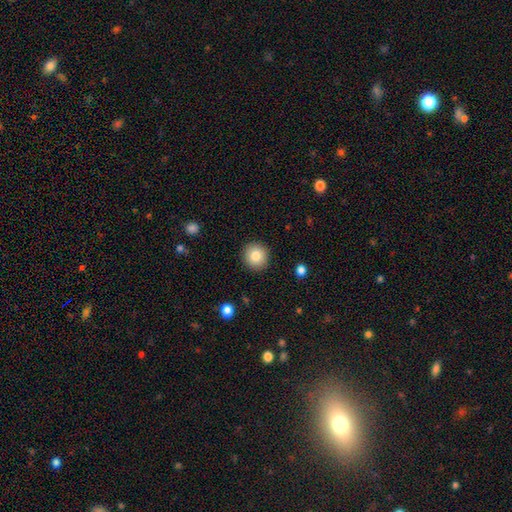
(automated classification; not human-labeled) Q: Smooth or featured?
A: smooth (83%); runner-up: star or artifact (9%)
Q: How rounded?
A: round (93%); runner-up: in between (6%)
Q: Merging?
A: none (91%); runner-up: minor disturbance (6%)